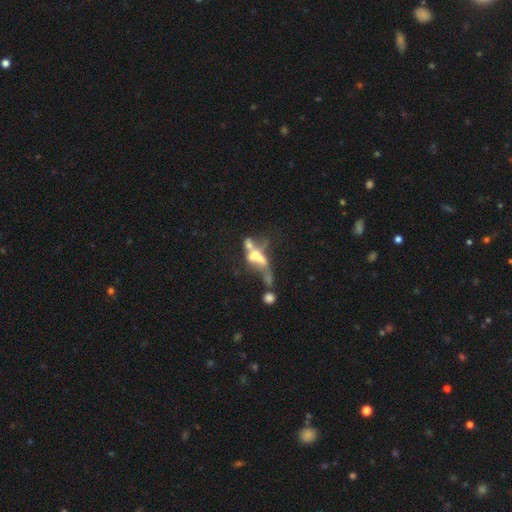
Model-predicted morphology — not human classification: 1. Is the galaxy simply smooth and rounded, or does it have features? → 53% featured or disk, 32% smooth, 15% star or artifact.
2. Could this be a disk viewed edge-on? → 90% no, 10% yes.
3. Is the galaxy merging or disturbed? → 60% merger, 22% major disturbance, 12% none, 7% minor disturbance.